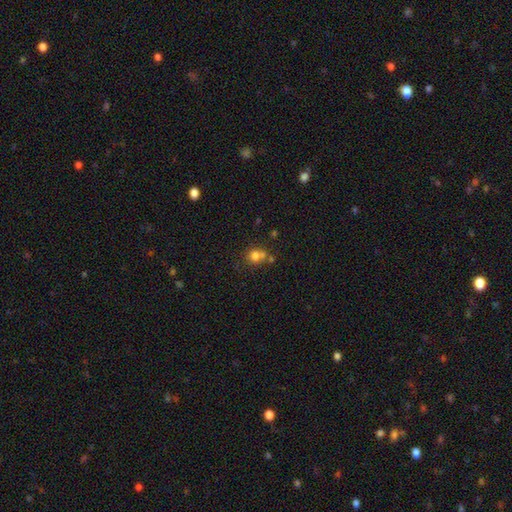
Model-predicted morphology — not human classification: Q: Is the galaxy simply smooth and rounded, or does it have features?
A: smooth — 74%.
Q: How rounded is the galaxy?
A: round — 80%.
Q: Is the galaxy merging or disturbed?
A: none — 48%.